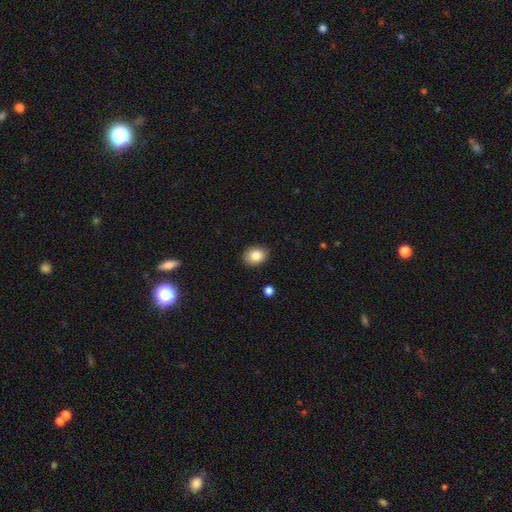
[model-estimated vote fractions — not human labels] Smooth or featured? smooth (84%)
How rounded? in between (59%)
Merging? none (89%)